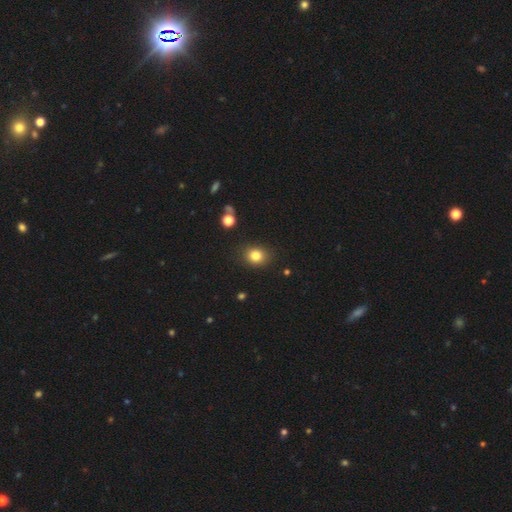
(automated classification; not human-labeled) A smooth galaxy with no disk features (82%) that is round (63%). Merging: none (86%).